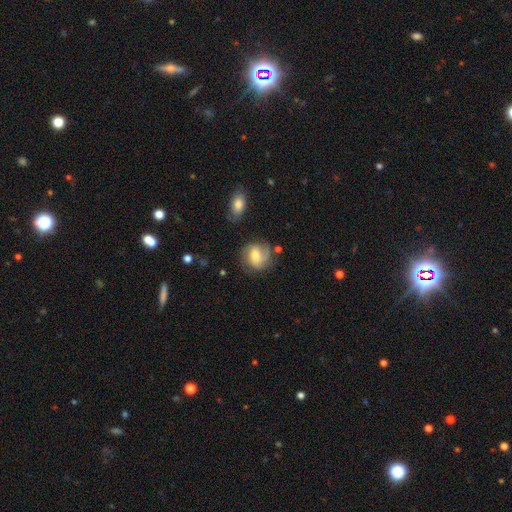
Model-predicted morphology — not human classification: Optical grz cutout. It shows a featured or disk galaxy (55%) with no bar (45%), spiral arms (88%) and a moderate central bulge (57%). Merging: none (67%).